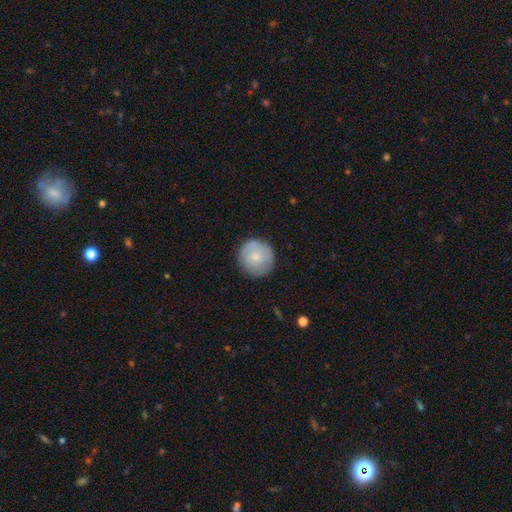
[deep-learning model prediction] This is likely a smooth galaxy (71%). How rounded: clearly round (94%). Merging: clearly none (84%).